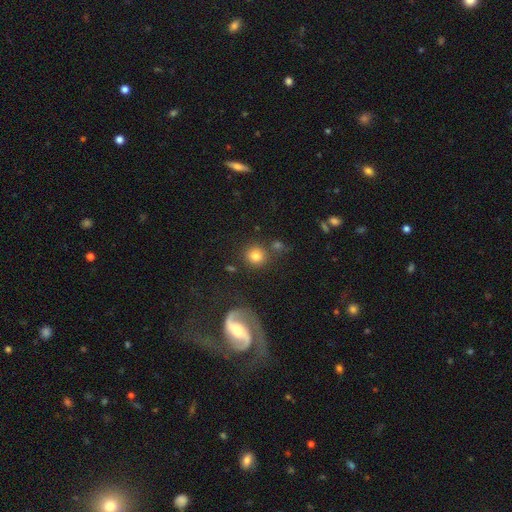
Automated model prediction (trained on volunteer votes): smooth 77%, star or artifact 13%, featured or disk 11%. Down the decision tree: how rounded — round (91%); merging — none (78%).